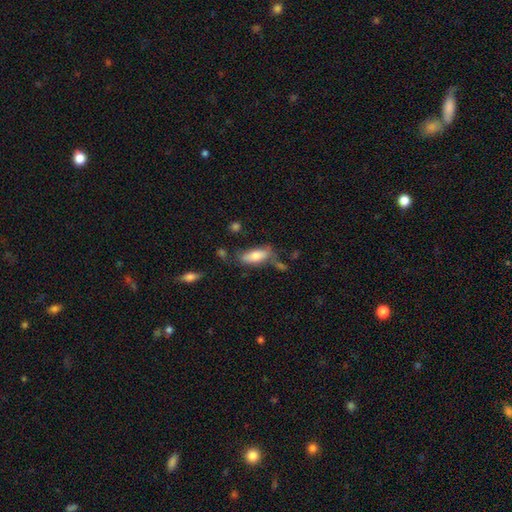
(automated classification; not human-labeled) Q: Smooth or featured?
A: smooth (72%); runner-up: featured or disk (22%)
Q: How rounded?
A: in between (74%); runner-up: cigar-shaped (23%)
Q: Merging?
A: none (56%); runner-up: minor disturbance (25%)